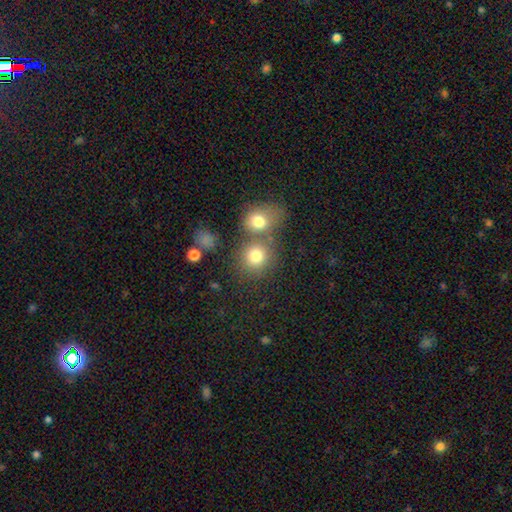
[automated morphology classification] Smooth or featured?
  - smooth: 77% *
  - star or artifact: 14%
  - featured or disk: 9%
How rounded?
  - round: 80% *
  - in between: 19%
  - cigar-shaped: 1%
Merging?
  - none: 52% *
  - merger: 36%
  - minor disturbance: 9%
  - major disturbance: 4%